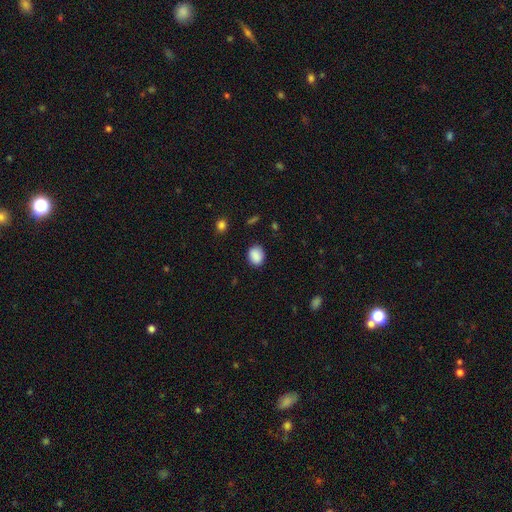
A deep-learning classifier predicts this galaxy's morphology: A smooth galaxy with no disk features (88%) that is in between round and cigar-shaped (51%). Merging: none (84%).